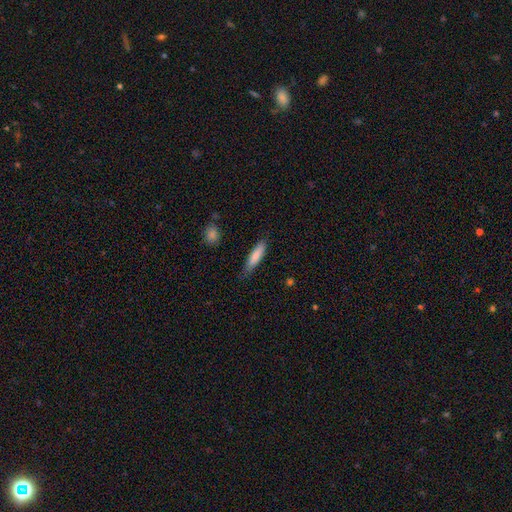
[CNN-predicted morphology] Smooth or featured: smooth — 82% (featured or disk — 13%)
How rounded: cigar-shaped — 74% (in between — 24%)
Merging: none — 77% (minor disturbance — 18%)